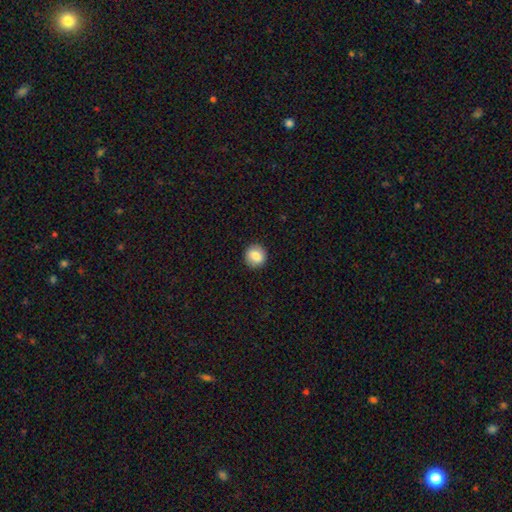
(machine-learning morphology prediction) Smooth or featured? smooth (83%)
How rounded? round (89%)
Merging? none (91%)